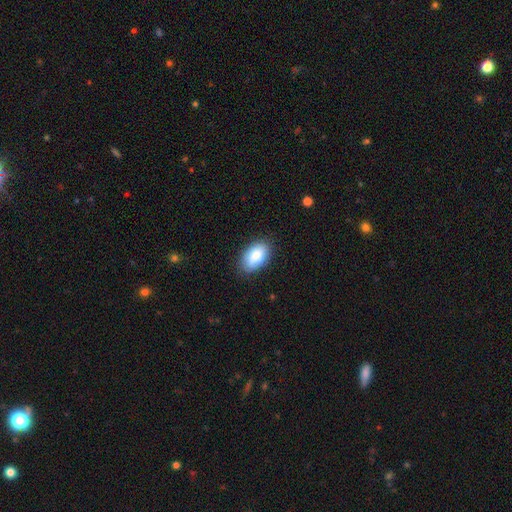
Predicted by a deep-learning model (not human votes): smooth-or-featured: smooth: 84% | featured or disk: 10% | star or artifact: 6%
  how-rounded: in between: 93% | round: 5% | cigar-shaped: 1%
  merging: none: 83% | minor disturbance: 14% | major disturbance: 3% | merger: 1%